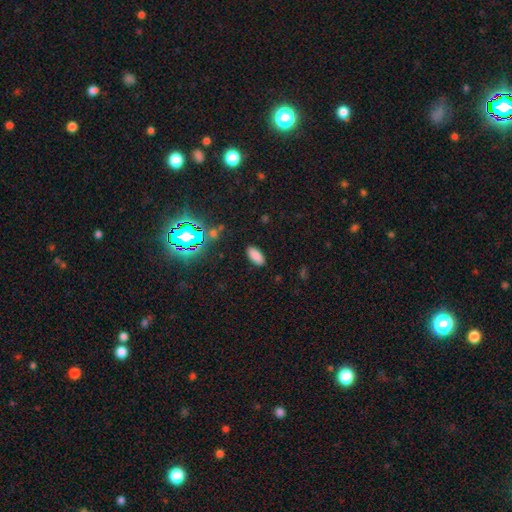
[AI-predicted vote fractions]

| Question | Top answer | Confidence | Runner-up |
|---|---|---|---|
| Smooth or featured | smooth | 81% | star or artifact (14%) |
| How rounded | in between | 89% | cigar-shaped (9%) |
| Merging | none | 88% | minor disturbance (8%) |